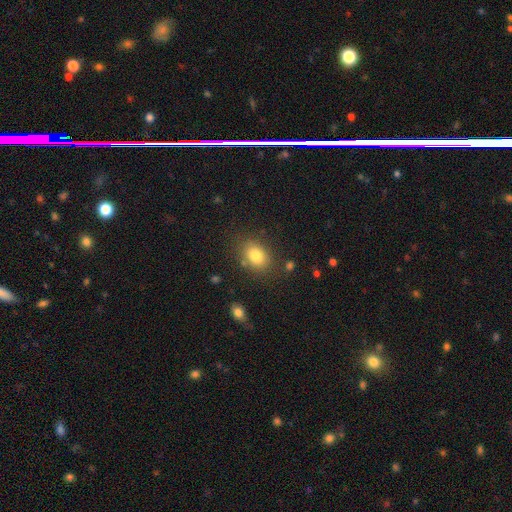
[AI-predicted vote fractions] Morphology: type=smooth (81%); roundness=in between (69%); merging=none (79%).